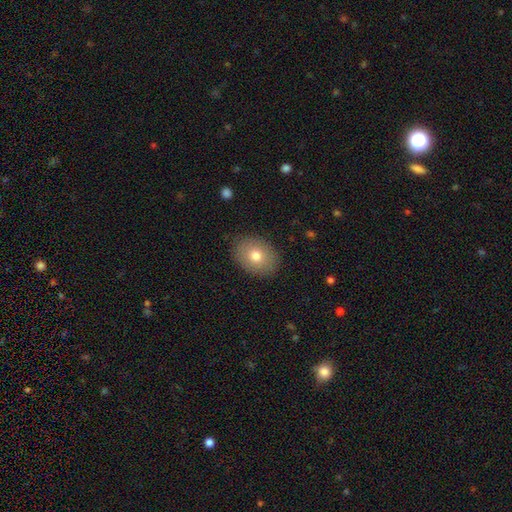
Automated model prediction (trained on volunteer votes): Smooth or featured? Predicted: smooth (p=0.75). How rounded? Predicted: in between (p=0.67). Merging? Predicted: none (p=0.87).